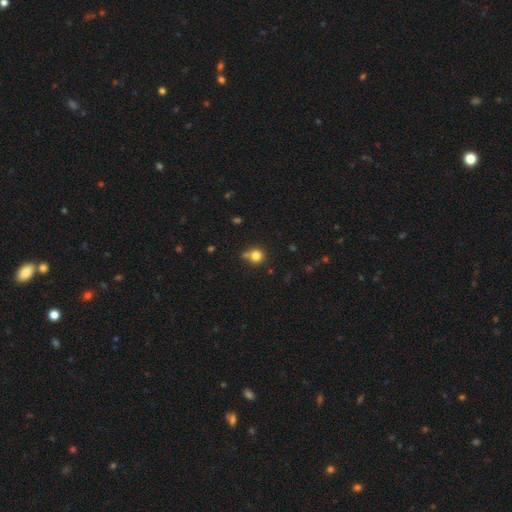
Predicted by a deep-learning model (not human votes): Q: Smooth or featured?
A: smooth (80%); runner-up: star or artifact (13%)
Q: How rounded?
A: round (89%); runner-up: in between (10%)
Q: Merging?
A: none (64%); runner-up: minor disturbance (18%)